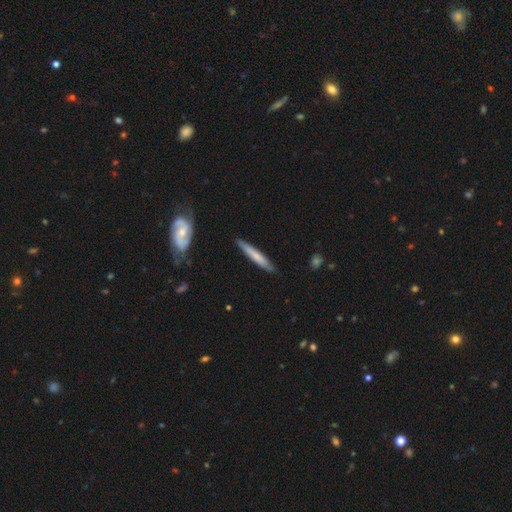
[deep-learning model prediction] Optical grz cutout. It shows a smooth galaxy with no disk features (61%) that is cigar-shaped (95%). Merging: none (85%).